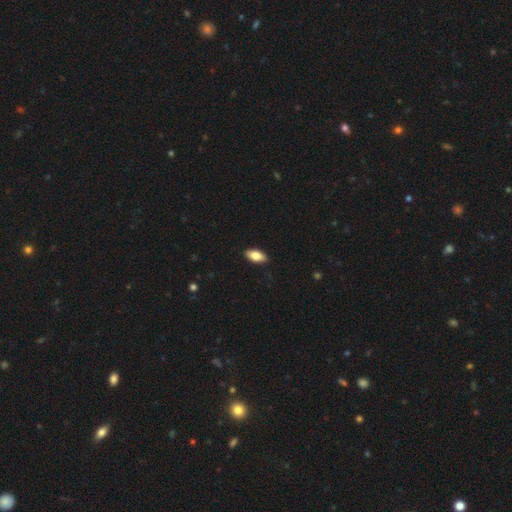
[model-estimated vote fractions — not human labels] Overall: smooth (80%). How rounded: in between (90%). Merging: none (89%).